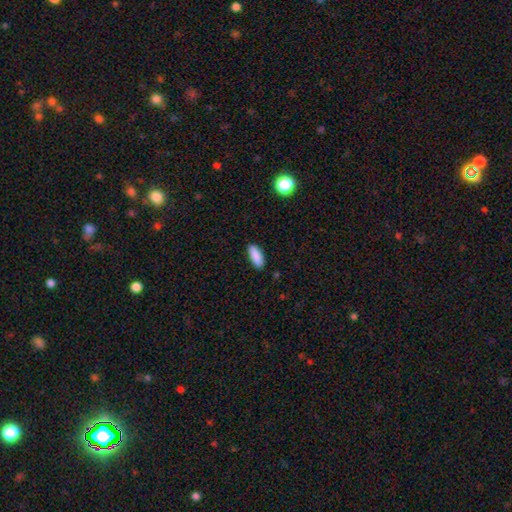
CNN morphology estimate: smooth 89%, star or artifact 7%, featured or disk 4%. Down the decision tree: how rounded — in between (71%); merging — none (88%).